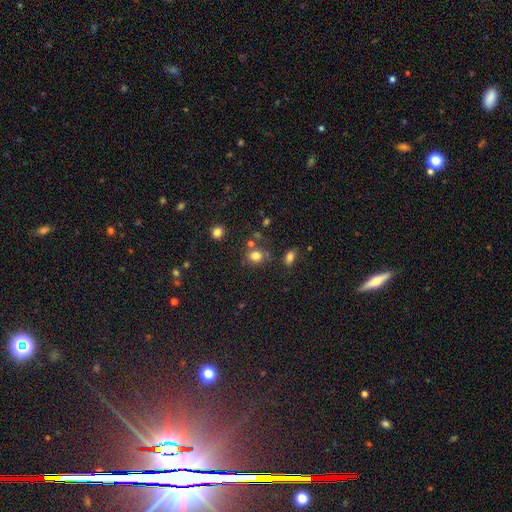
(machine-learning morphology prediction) A smooth galaxy with no disk features (78%) that is round (72%). Merging: none (68%).